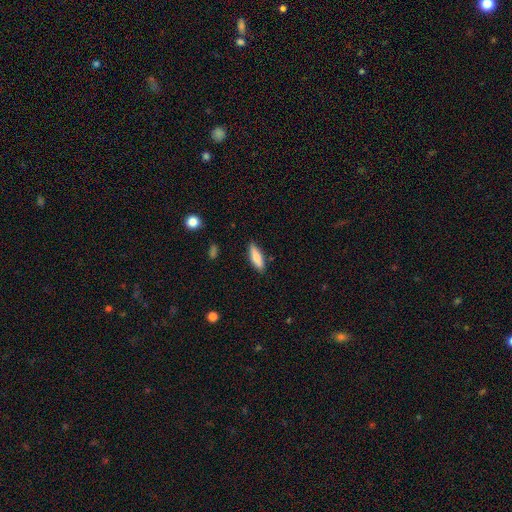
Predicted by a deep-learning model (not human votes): smooth_or_featured: smooth (p=0.76) [alt: featured or disk p=0.17]
how_rounded: cigar-shaped (p=0.51) [alt: in between p=0.47]
merging: none (p=0.84) [alt: minor disturbance p=0.12]